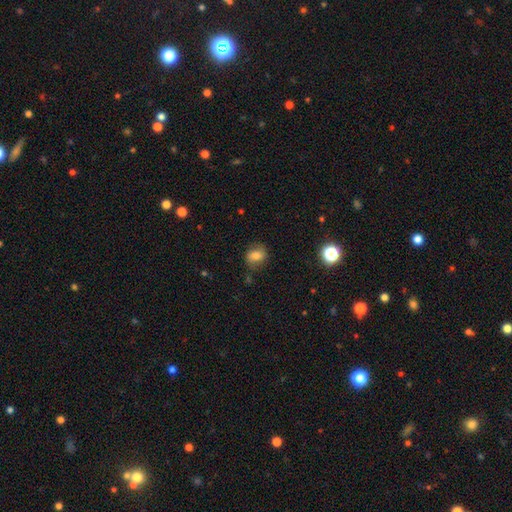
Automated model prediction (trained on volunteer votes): This appears to be a smooth galaxy with no disk features (72%) that is round (50%). Merging: none (75%).